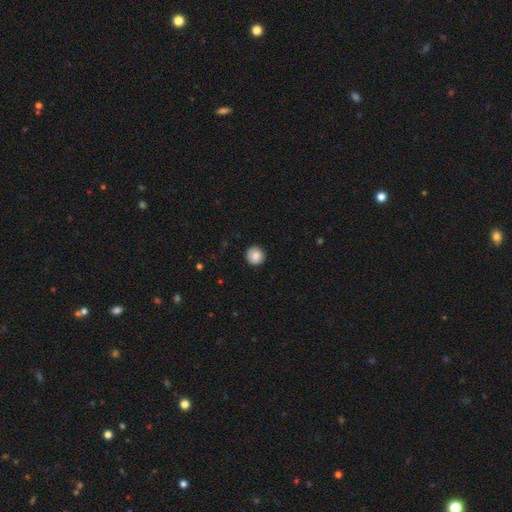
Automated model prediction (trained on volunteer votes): Smooth or featured? Predicted: smooth (p=0.84). How rounded? Predicted: round (p=0.94). Merging? Predicted: none (p=0.90).